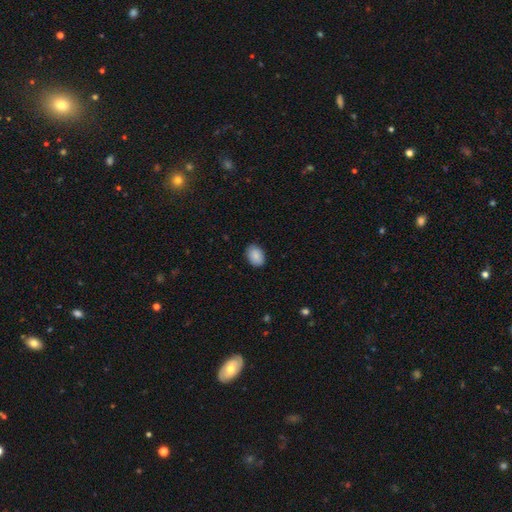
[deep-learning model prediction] Smooth or featured: smooth — 88% (star or artifact — 7%)
How rounded: in between — 76% (round — 23%)
Merging: none — 87% (minor disturbance — 10%)